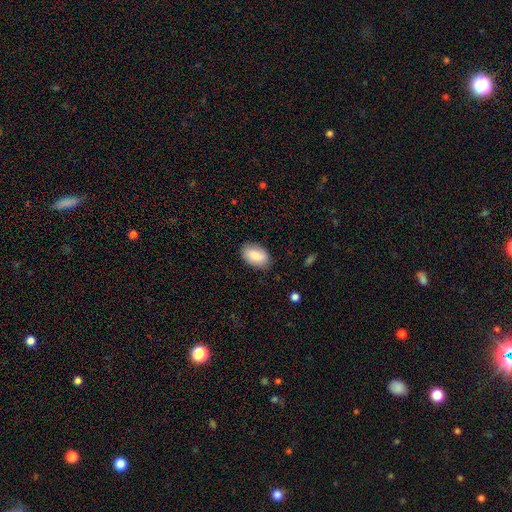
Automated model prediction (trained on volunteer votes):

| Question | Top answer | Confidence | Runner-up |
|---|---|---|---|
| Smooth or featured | smooth | 85% | featured or disk (9%) |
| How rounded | in between | 93% | round (6%) |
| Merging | none | 82% | minor disturbance (14%) |